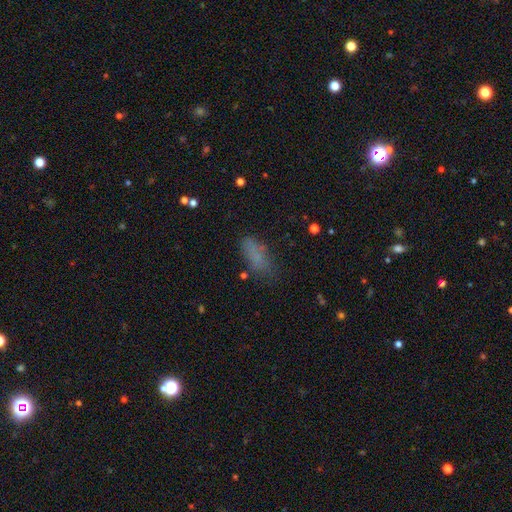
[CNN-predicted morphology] The model was most divided on "merging": none: 62%, minor disturbance: 22%, major disturbance: 12%, merger: 3%. More confident: smooth or featured — smooth (73%); how rounded — in between (73%).